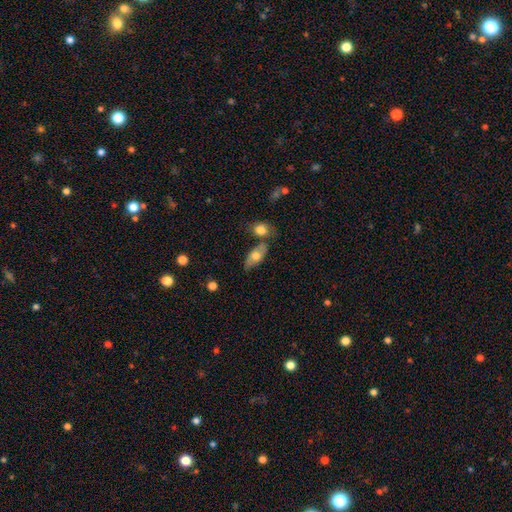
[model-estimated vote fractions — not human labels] A smooth galaxy with no disk features (63%) that is in between round and cigar-shaped (88%).

Vote fractions:
- Smooth or featured? smooth: 63% / featured or disk: 31% / star or artifact: 6%
- How rounded? in between: 88% / cigar-shaped: 7% / round: 5%
- Merging? none: 59% / merger: 20% / minor disturbance: 16% / major disturbance: 5%